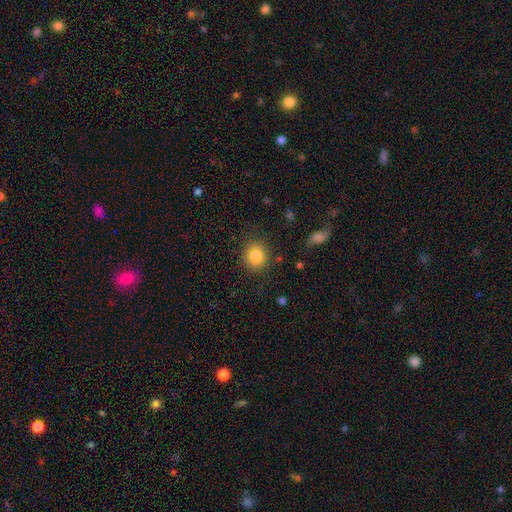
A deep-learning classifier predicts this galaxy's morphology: Overall: smooth (85%). How rounded: round (80%). Merging: none (87%).